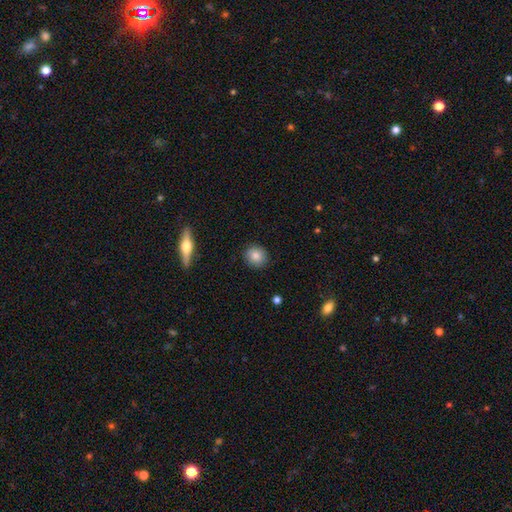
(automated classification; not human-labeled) Q: Smooth or featured?
A: smooth (83%); runner-up: featured or disk (9%)
Q: How rounded?
A: round (89%); runner-up: in between (9%)
Q: Merging?
A: none (90%); runner-up: minor disturbance (7%)